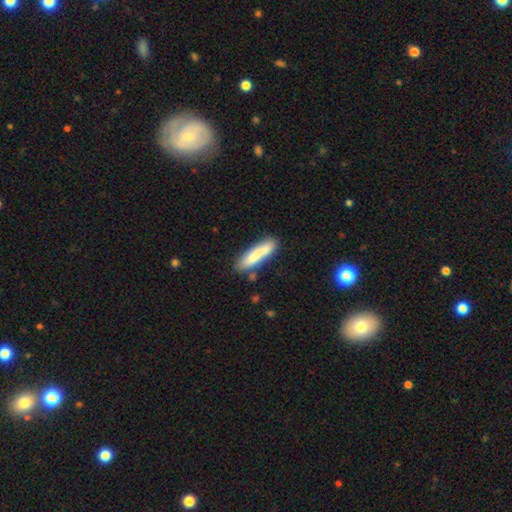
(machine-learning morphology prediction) smooth 77%, featured or disk 17%, star or artifact 6%. Down the decision tree: how rounded — cigar-shaped (74%); merging — none (71%).